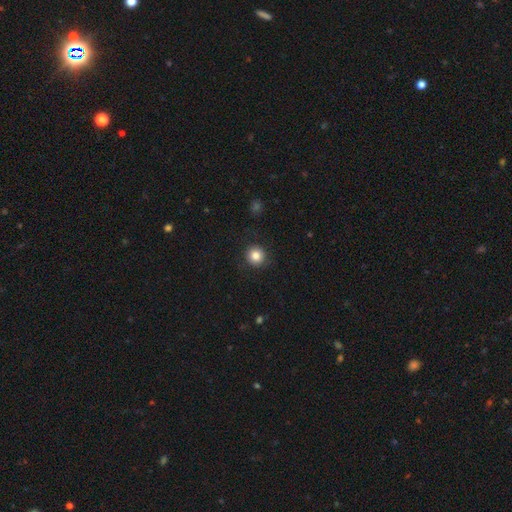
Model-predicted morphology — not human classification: Q: Smooth or featured?
A: smooth (84%); runner-up: star or artifact (10%)
Q: How rounded?
A: round (92%); runner-up: in between (7%)
Q: Merging?
A: none (89%); runner-up: minor disturbance (7%)